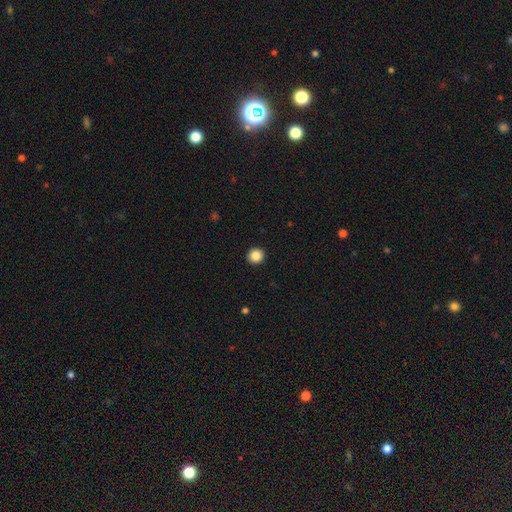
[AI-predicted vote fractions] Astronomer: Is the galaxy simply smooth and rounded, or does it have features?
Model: smooth — 87%.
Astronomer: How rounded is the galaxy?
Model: round — 93%.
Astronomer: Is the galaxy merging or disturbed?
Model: none — 93%.